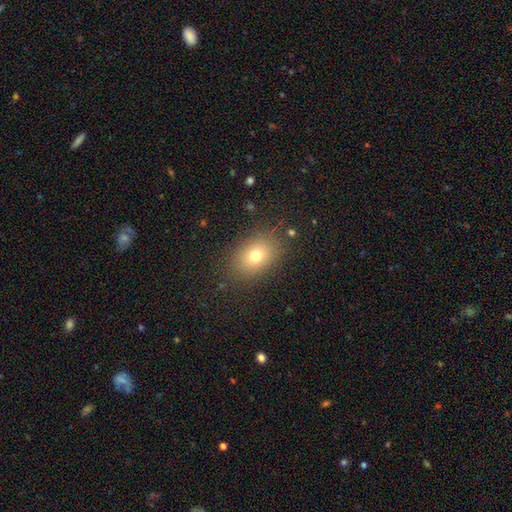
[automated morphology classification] smooth-or-featured: smooth: 74% | featured or disk: 13% | star or artifact: 13%
  how-rounded: in between: 69% | round: 29% | cigar-shaped: 1%
  merging: none: 84% | minor disturbance: 11% | major disturbance: 4% | merger: 1%